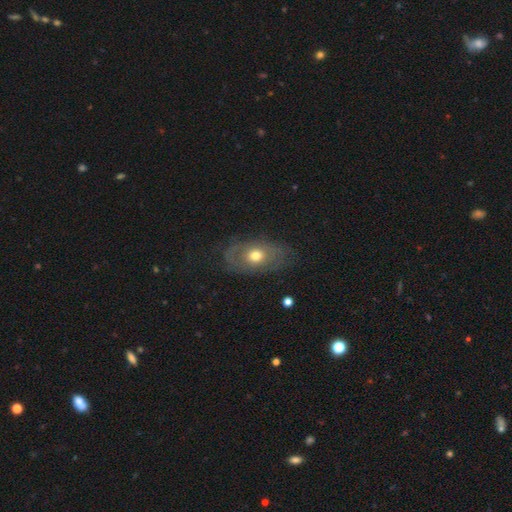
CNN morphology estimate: The model was most divided on "smooth or featured": featured or disk: 53%, smooth: 38%, star or artifact: 9%. More confident: edge-on disk — no (90%); merging — none (69%).